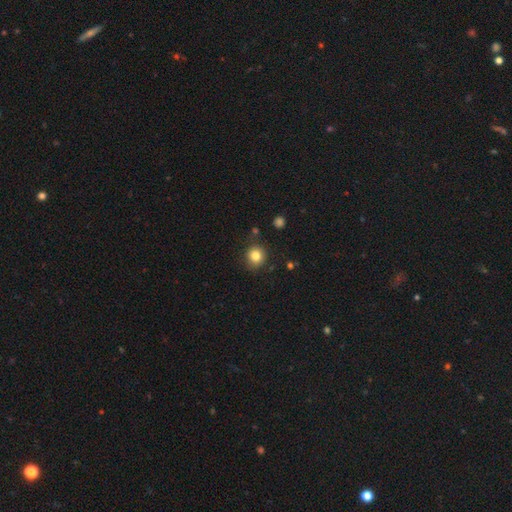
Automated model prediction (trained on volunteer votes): Smooth or featured: smooth — 83% (star or artifact — 11%)
How rounded: round — 87% (in between — 12%)
Merging: none — 86% (minor disturbance — 9%)